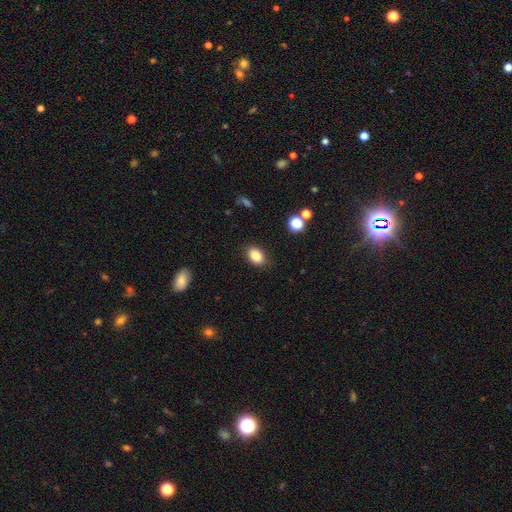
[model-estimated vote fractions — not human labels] Smooth or featured: smooth — 86% (star or artifact — 9%)
How rounded: in between — 84% (round — 15%)
Merging: none — 85% (minor disturbance — 11%)